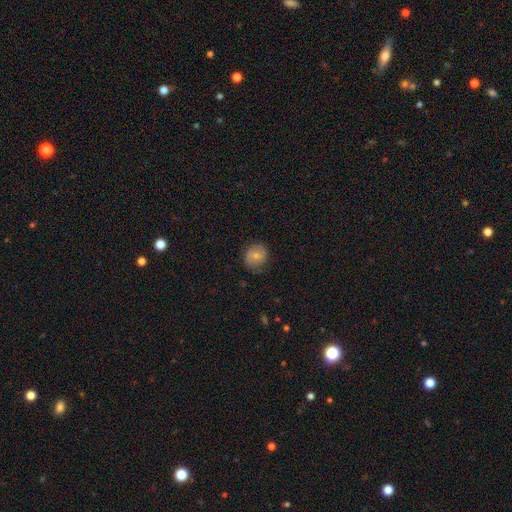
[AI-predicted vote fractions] A smooth galaxy with no disk features (68%) that is round (74%).

Vote fractions:
- Smooth or featured? smooth: 68% / featured or disk: 23% / star or artifact: 9%
- How rounded? round: 74% / in between: 25% / cigar-shaped: 1%
- Merging? none: 78% / minor disturbance: 17% / major disturbance: 4% / merger: 1%